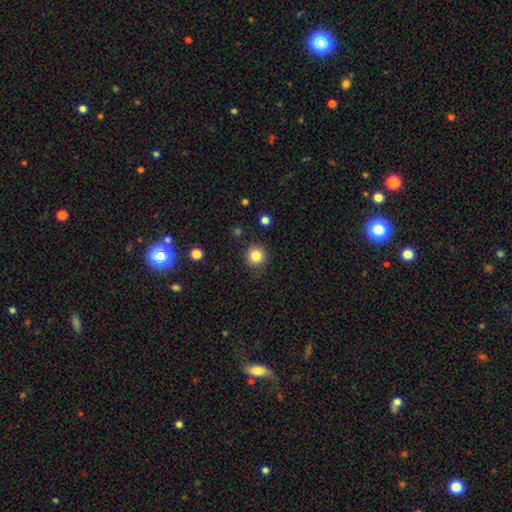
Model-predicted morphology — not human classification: A smooth galaxy with no disk features (83%) that is round (92%).

Vote fractions:
- Smooth or featured? smooth: 83% / star or artifact: 11% / featured or disk: 6%
- How rounded? round: 92% / in between: 7% / cigar-shaped: 1%
- Merging? none: 85% / minor disturbance: 10% / major disturbance: 3% / merger: 2%